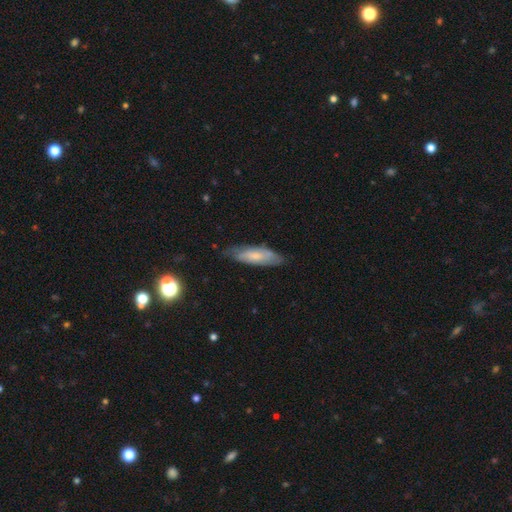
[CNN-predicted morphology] A smooth galaxy with no disk features (55%) that is cigar-shaped (49%, tied with in between). Merging: none (69%).